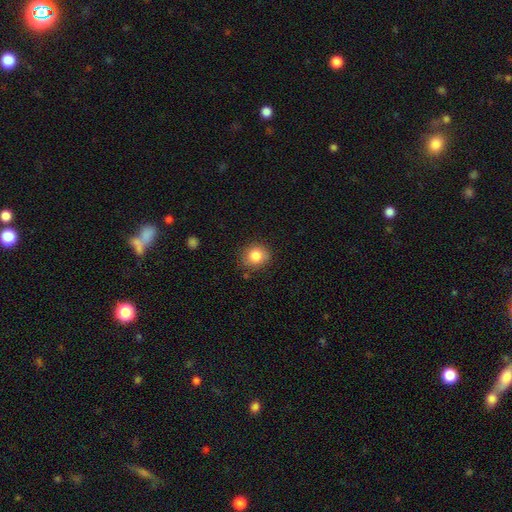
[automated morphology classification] type=smooth (84%); roundness=round (77%); merging=none (81%).